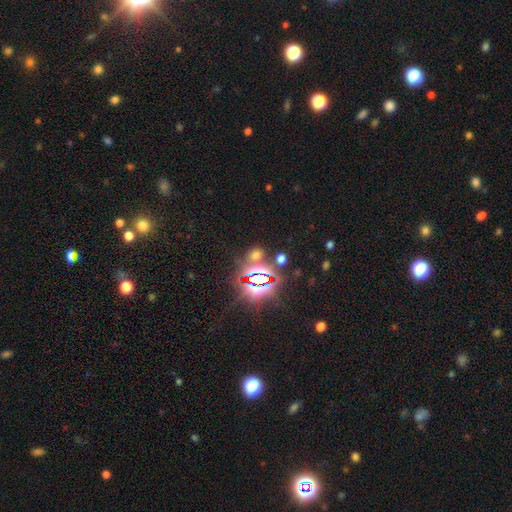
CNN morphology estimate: smooth_or_featured: star or artifact (p=0.55) [alt: smooth p=0.38]